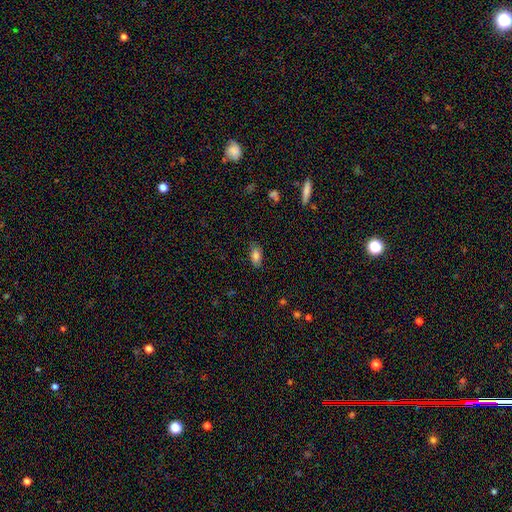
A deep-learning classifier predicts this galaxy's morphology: This is clearly a smooth galaxy (83%). How rounded: clearly in between (91%). Merging: clearly none (83%).